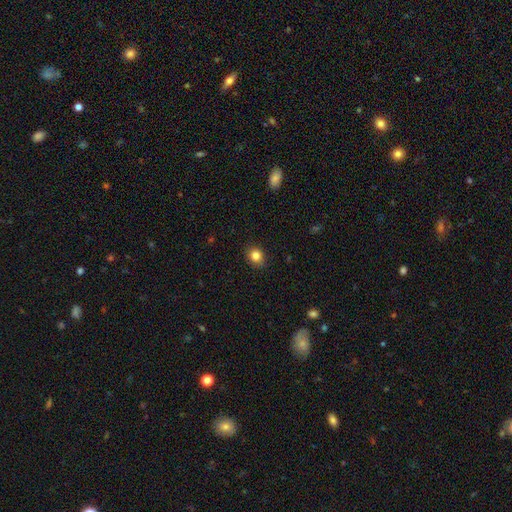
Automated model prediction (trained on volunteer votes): Smooth or featured?
  - smooth: 84% *
  - star or artifact: 11%
  - featured or disk: 6%
How rounded?
  - round: 70% *
  - in between: 29%
  - cigar-shaped: 1%
Merging?
  - none: 88% *
  - minor disturbance: 9%
  - major disturbance: 2%
  - merger: 1%